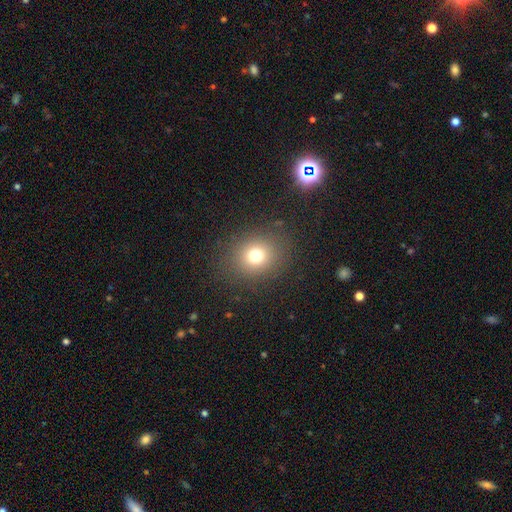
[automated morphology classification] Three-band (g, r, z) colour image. It shows a smooth galaxy with no disk features (73%) that is round (72%). Merging: none (85%).